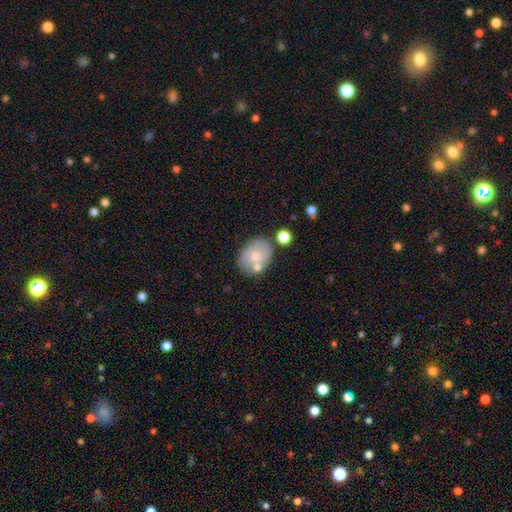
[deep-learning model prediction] Q: Smooth or featured?
A: smooth (61%); runner-up: featured or disk (31%)
Q: How rounded?
A: in between (64%); runner-up: round (35%)
Q: Merging?
A: none (59%); runner-up: merger (18%)